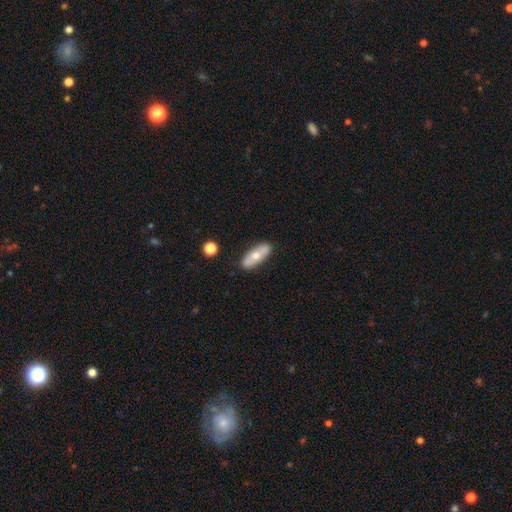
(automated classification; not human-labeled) Morphology: type=smooth (56%); roundness=in between (69%); merging=none (82%).